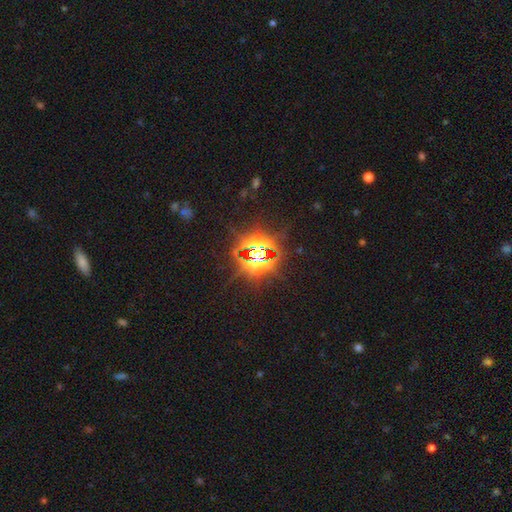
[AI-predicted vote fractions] smooth_or_featured: star or artifact (p=0.83) [alt: smooth p=0.09]